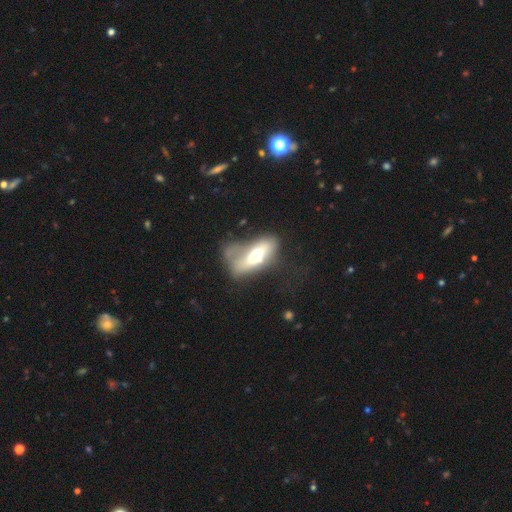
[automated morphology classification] This is possibly a smooth galaxy (51%). How rounded: clearly in between (81%). Merging: marginally major disturbance (41%).